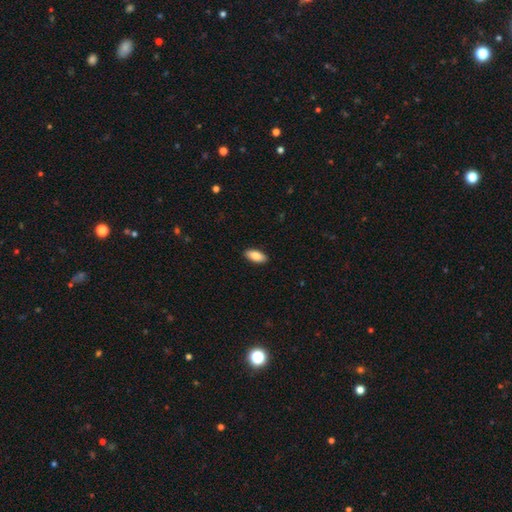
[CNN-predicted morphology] smooth 83%, featured or disk 11%, star or artifact 6%. Down the decision tree: how rounded — in between (89%); merging — none (91%).